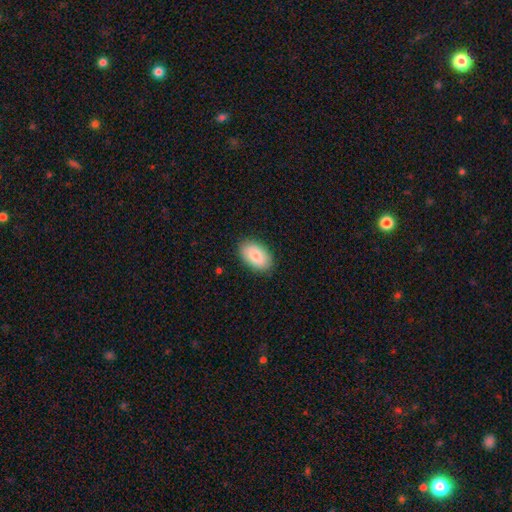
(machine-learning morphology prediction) smooth-or-featured: smooth: 82% | featured or disk: 11% | star or artifact: 6%
  how-rounded: in between: 94% | round: 5% | cigar-shaped: 2%
  merging: none: 87% | minor disturbance: 9% | major disturbance: 2% | merger: 1%